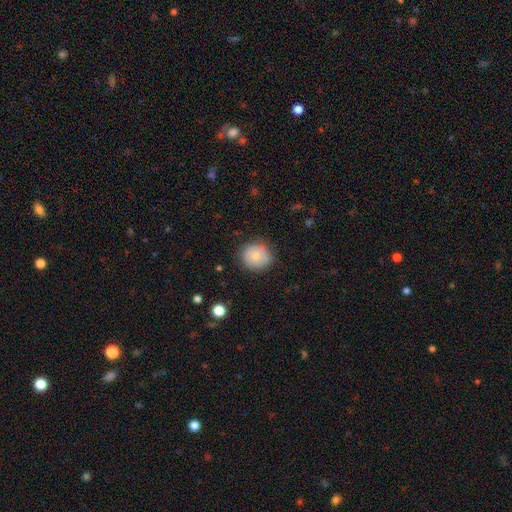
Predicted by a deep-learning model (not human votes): smooth_or_featured: smooth (p=0.75) [alt: featured or disk p=0.17]
how_rounded: round (p=0.87) [alt: in between p=0.12]
merging: none (p=0.77) [alt: minor disturbance p=0.17]